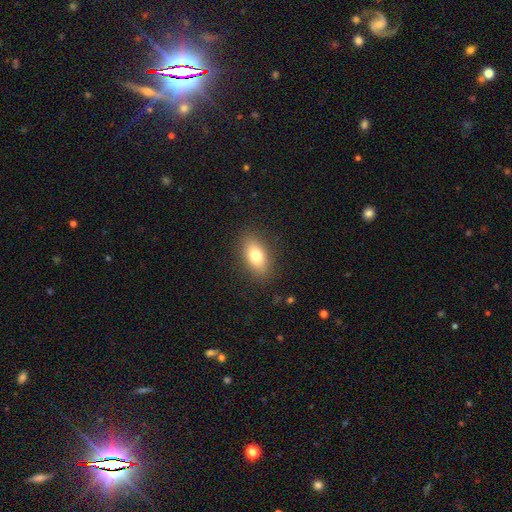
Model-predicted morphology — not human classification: type=smooth (77%); roundness=in between (87%); merging=none (87%).